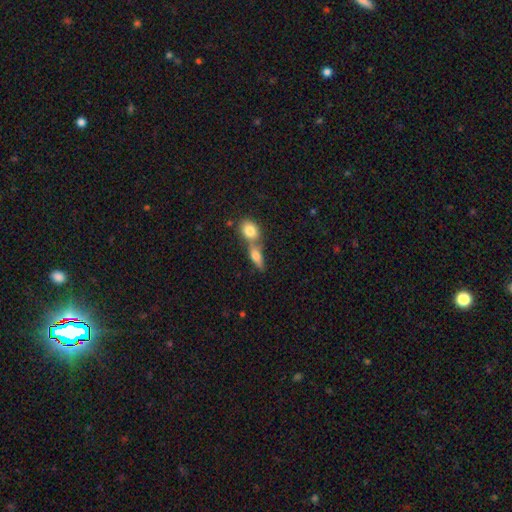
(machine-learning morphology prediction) Overall: smooth (68%). How rounded: in between (62%; cigar-shaped 24%). Merging: merger (57%; none 32%).